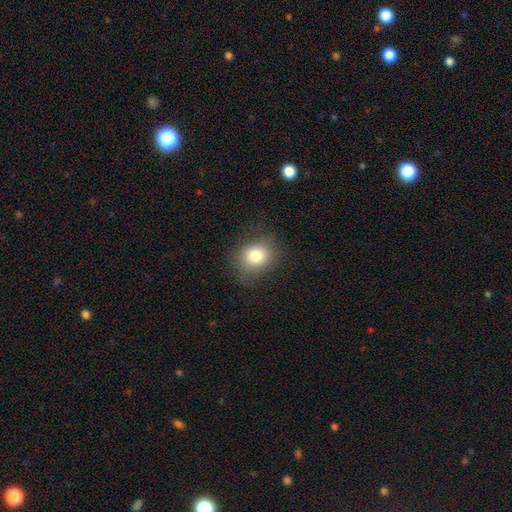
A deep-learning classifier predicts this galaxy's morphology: A smooth galaxy with no disk features (81%) that is round (63%). Merging: none (81%).